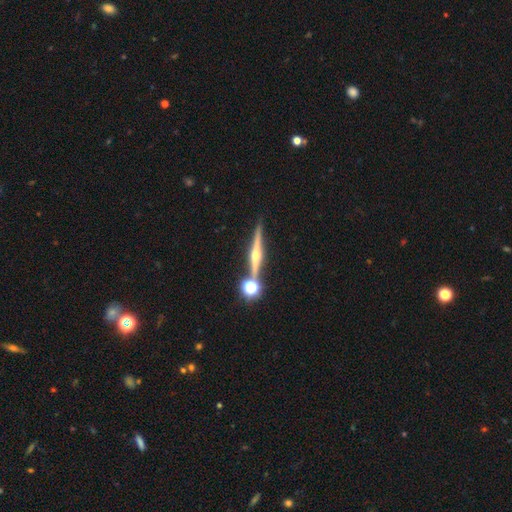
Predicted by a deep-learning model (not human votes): This appears to be a featured or disk galaxy (81%) viewed edge-on (98%) with a rounded central bulge (94%). Merging: none (83%).